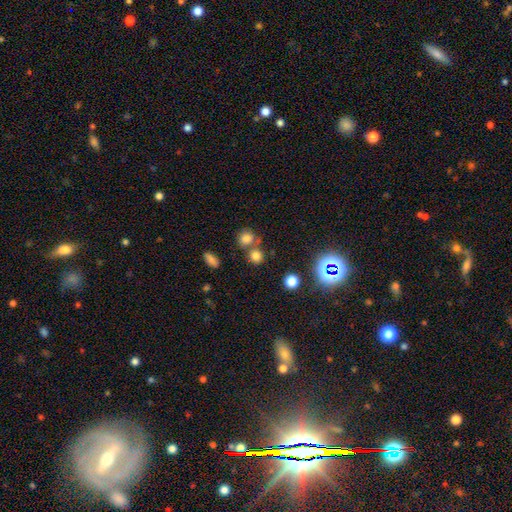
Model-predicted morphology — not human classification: Smooth or featured: smooth — 74% (star or artifact — 19%)
How rounded: round — 86% (in between — 13%)
Merging: none — 62% (merger — 27%)